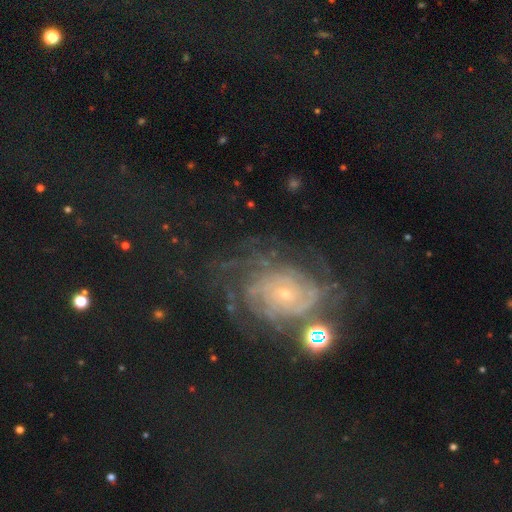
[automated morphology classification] type=featured or disk (52%); edge-on=no (94%); merging=none (62%).